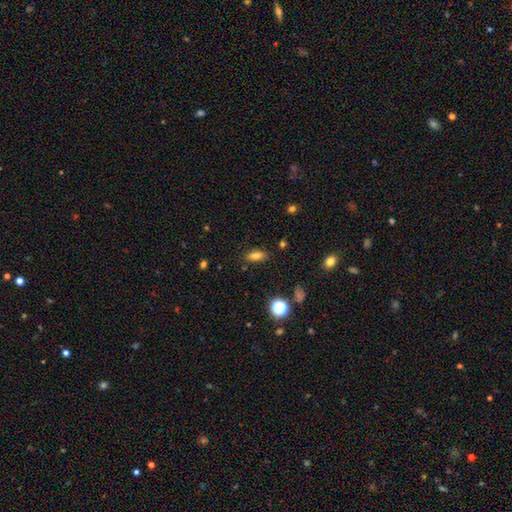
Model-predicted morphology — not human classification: Smooth or featured? Predicted: smooth (p=0.74). How rounded? Predicted: in between (p=0.76). Merging? Predicted: none (p=0.84).